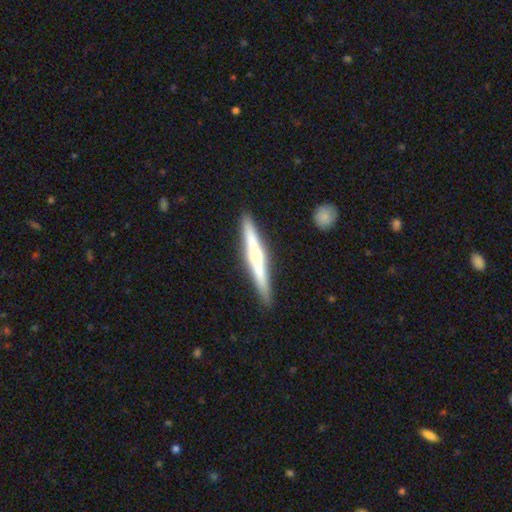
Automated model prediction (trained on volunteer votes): Smooth or featured? Predicted: featured or disk (p=0.72). Edge-on disk? Predicted: yes (p=0.97). Edge-on bulge? Predicted: rounded (p=0.83). Merging? Predicted: none (p=0.90).